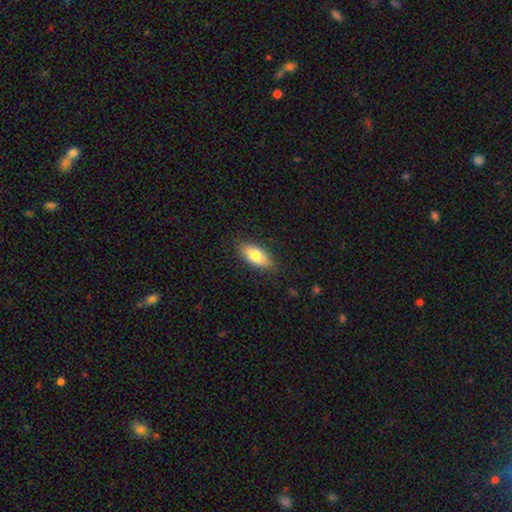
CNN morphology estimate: Overall: smooth (81%). How rounded: in between (85%). Merging: none (86%).